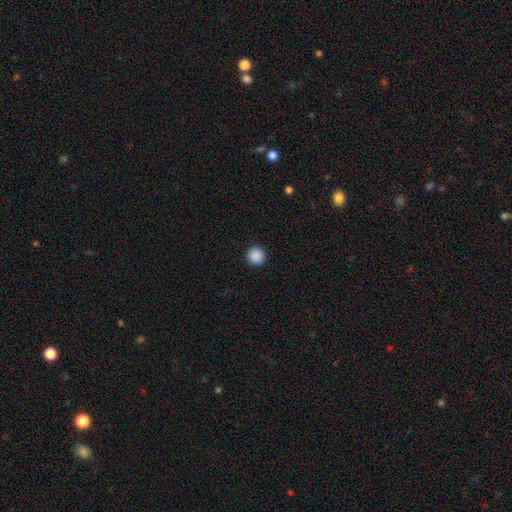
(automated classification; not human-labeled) This appears to be a smooth galaxy with no disk features (89%) that is round (95%). Merging: none (93%).